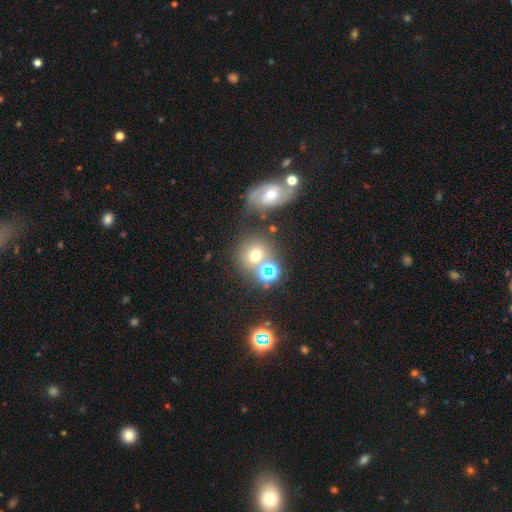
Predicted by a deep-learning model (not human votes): Q: Smooth or featured?
A: smooth (60%); runner-up: star or artifact (24%)
Q: How rounded?
A: round (82%); runner-up: in between (17%)
Q: Merging?
A: none (61%); runner-up: merger (23%)